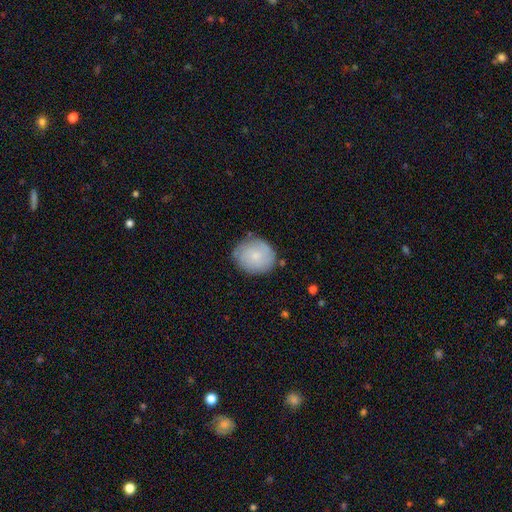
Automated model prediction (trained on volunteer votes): This is likely a smooth galaxy (64%). How rounded: likely round (68%). Merging: likely none (75%).